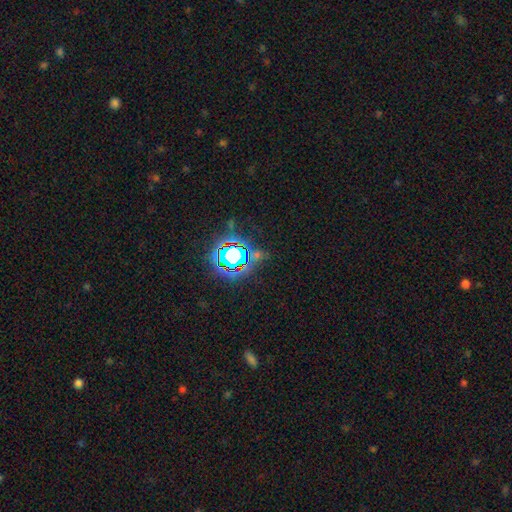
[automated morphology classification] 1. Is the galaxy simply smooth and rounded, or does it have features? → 67% star or artifact, 22% smooth, 12% featured or disk.